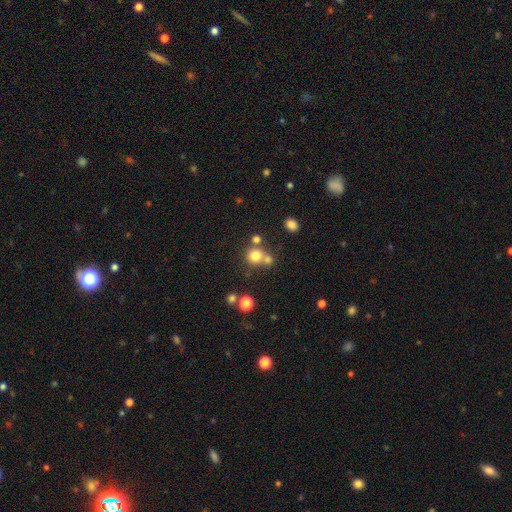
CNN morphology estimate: smooth_or_featured: smooth (p=0.76) [alt: star or artifact p=0.14]
how_rounded: round (p=0.88) [alt: in between p=0.11]
merging: none (p=0.55) [alt: merger p=0.33]